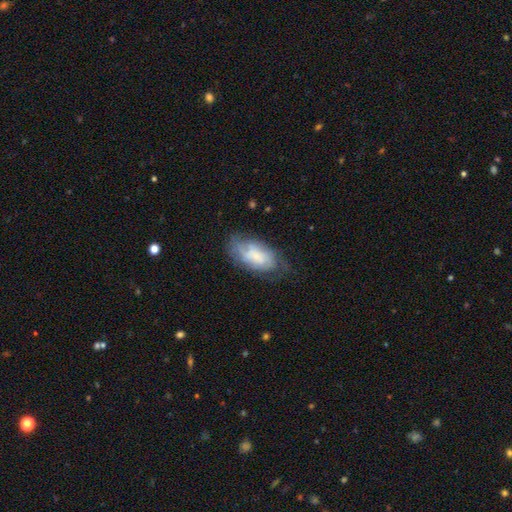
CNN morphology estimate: smooth_or_featured: smooth (p=0.49) [alt: featured or disk p=0.43]
merging: none (p=0.57) [alt: minor disturbance p=0.28]